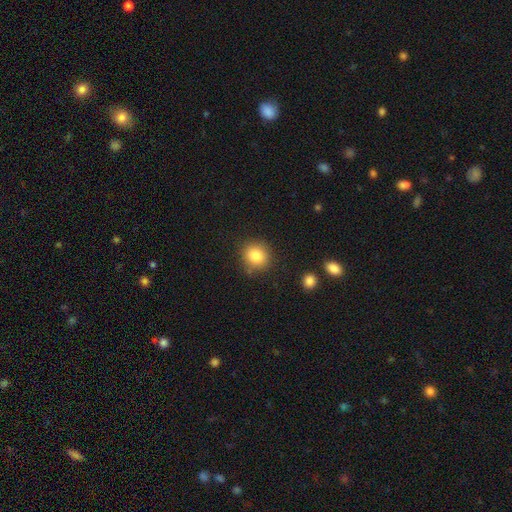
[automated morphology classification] smooth-or-featured: smooth: 84% | star or artifact: 10% | featured or disk: 6%
  how-rounded: round: 82% | in between: 17% | cigar-shaped: 1%
  merging: none: 83% | minor disturbance: 11% | major disturbance: 3% | merger: 2%